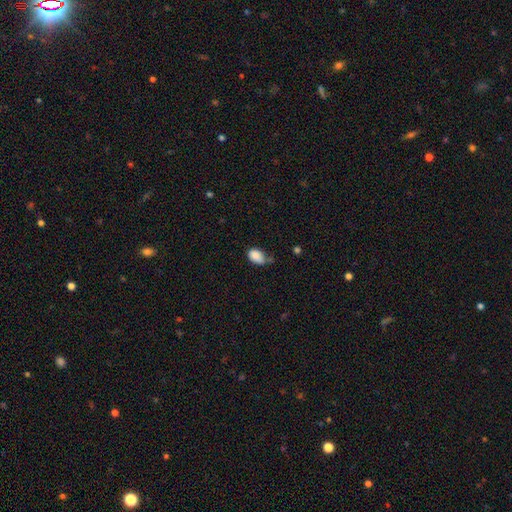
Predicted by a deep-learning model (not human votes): Smooth or featured? smooth (86%)
How rounded? in between (86%)
Merging? none (46%)